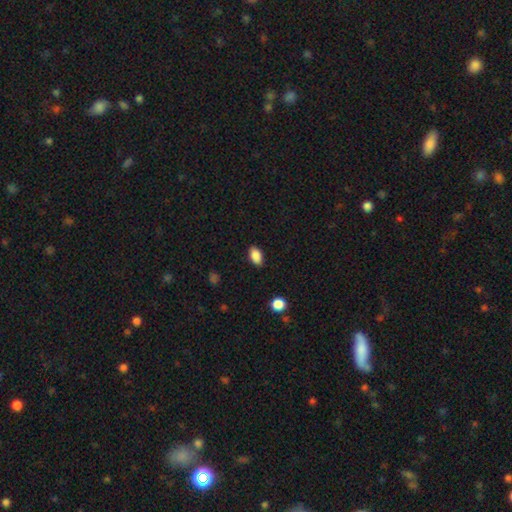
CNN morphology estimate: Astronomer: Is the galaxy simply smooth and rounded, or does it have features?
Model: smooth — 88%.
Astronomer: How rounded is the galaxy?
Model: in between — 91%.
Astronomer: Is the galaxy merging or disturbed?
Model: none — 87%.